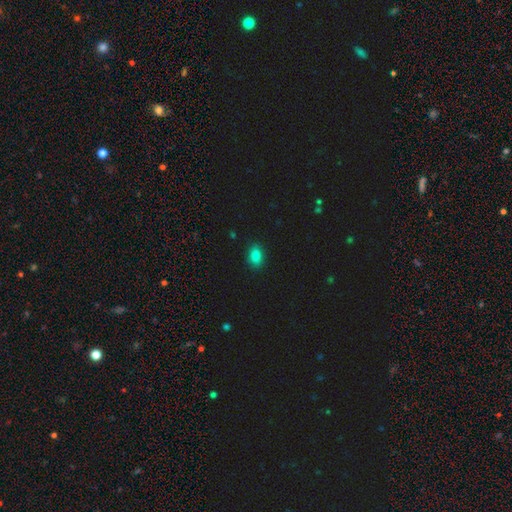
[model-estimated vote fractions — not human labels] smooth_or_featured: smooth (p=0.84) [alt: star or artifact p=0.11]
how_rounded: in between (p=0.84) [alt: round p=0.13]
merging: none (p=0.88) [alt: minor disturbance p=0.09]